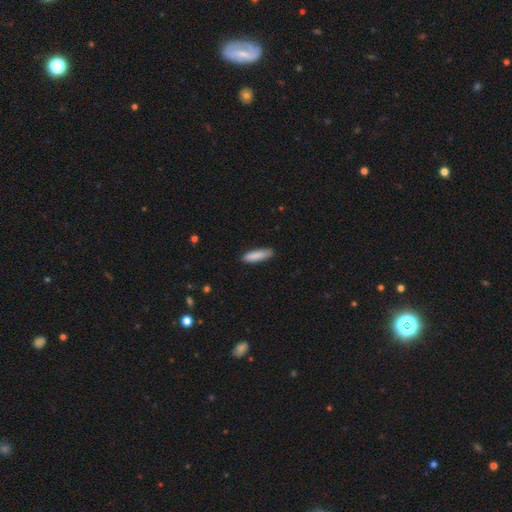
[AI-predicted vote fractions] A smooth galaxy with no disk features (87%) that is cigar-shaped (71%). Merging: none (86%).